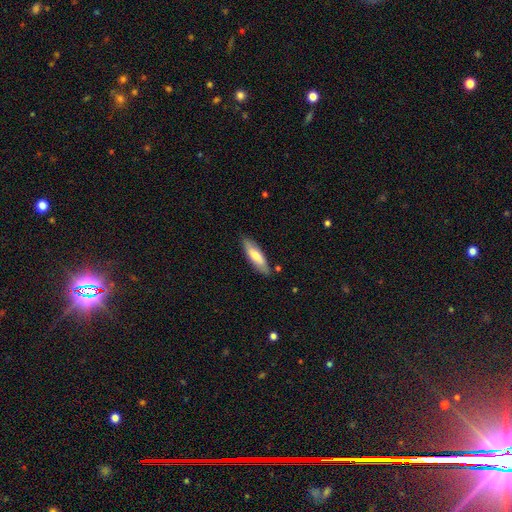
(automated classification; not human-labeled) smooth 70%, featured or disk 25%, star or artifact 6%. Down the decision tree: how rounded — cigar-shaped (54%); merging — none (83%).